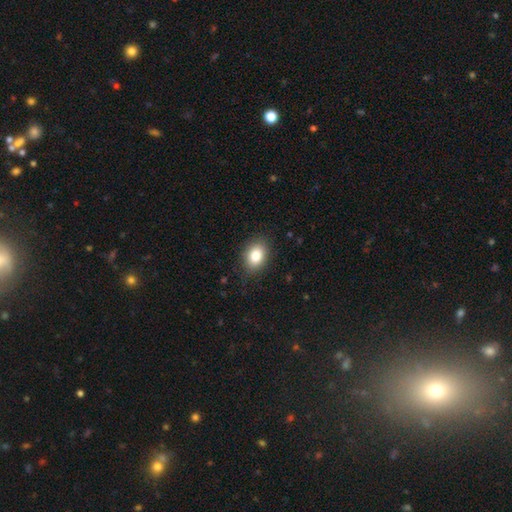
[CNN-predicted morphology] Q: Smooth or featured?
A: smooth (84%); runner-up: star or artifact (8%)
Q: How rounded?
A: in between (78%); runner-up: round (21%)
Q: Merging?
A: none (83%); runner-up: minor disturbance (13%)